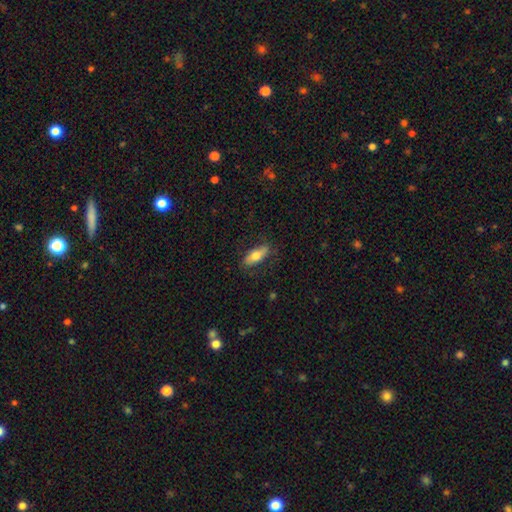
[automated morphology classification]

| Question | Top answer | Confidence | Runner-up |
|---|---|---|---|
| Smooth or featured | smooth | 68% | featured or disk (26%) |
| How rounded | in between | 74% | cigar-shaped (23%) |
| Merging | none | 79% | minor disturbance (15%) |